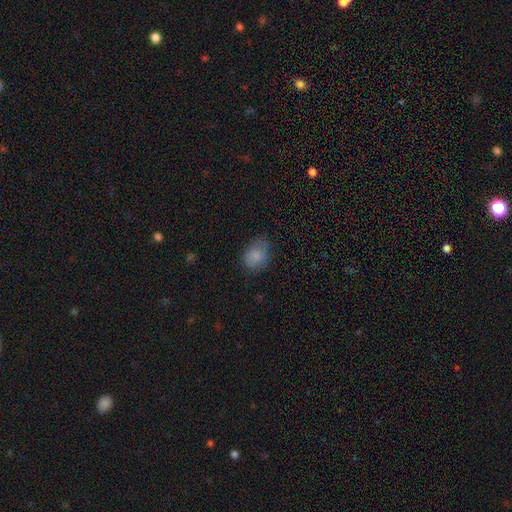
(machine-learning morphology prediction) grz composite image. It shows a smooth galaxy with no disk features (80%) that is in between round and cigar-shaped (63%). Merging: none (63%).